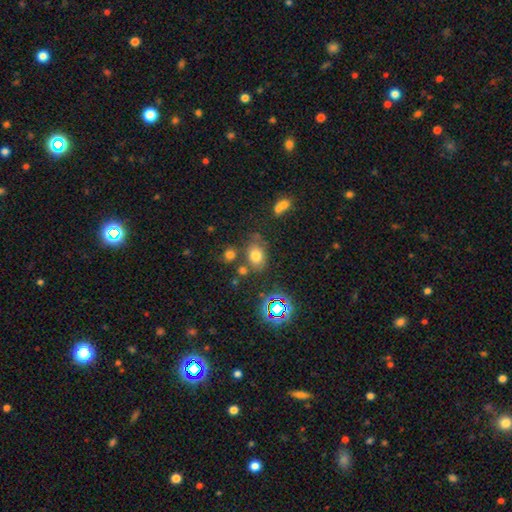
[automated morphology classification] smooth-or-featured: smooth: 71% | star or artifact: 19% | featured or disk: 10%
  how-rounded: in between: 64% | round: 34% | cigar-shaped: 1%
  merging: none: 67% | minor disturbance: 16% | merger: 11% | major disturbance: 6%